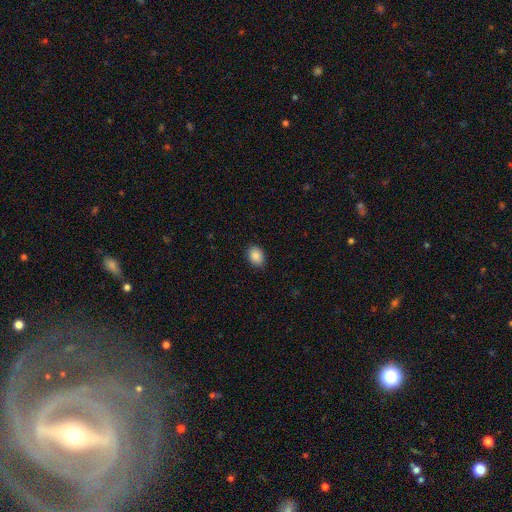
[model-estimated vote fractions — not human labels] Smooth or featured?
  - smooth: 89% *
  - star or artifact: 8%
  - featured or disk: 3%
How rounded?
  - in between: 70% *
  - round: 29%
  - cigar-shaped: 1%
Merging?
  - none: 85% *
  - minor disturbance: 12%
  - major disturbance: 2%
  - merger: 1%